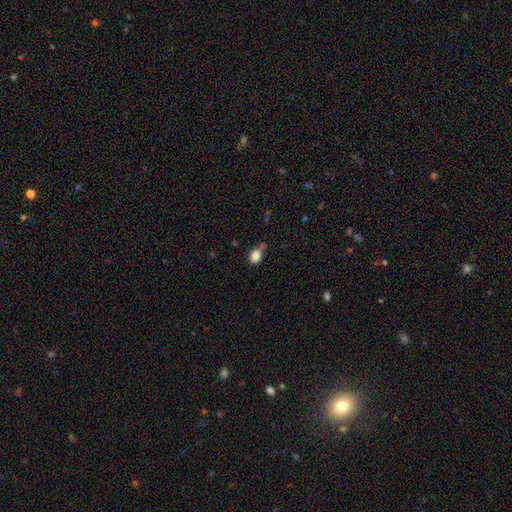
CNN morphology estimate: Smooth or featured?
  - smooth: 84% *
  - star or artifact: 10%
  - featured or disk: 6%
How rounded?
  - in between: 72% *
  - round: 27%
  - cigar-shaped: 1%
Merging?
  - none: 60% *
  - minor disturbance: 19%
  - merger: 16%
  - major disturbance: 5%